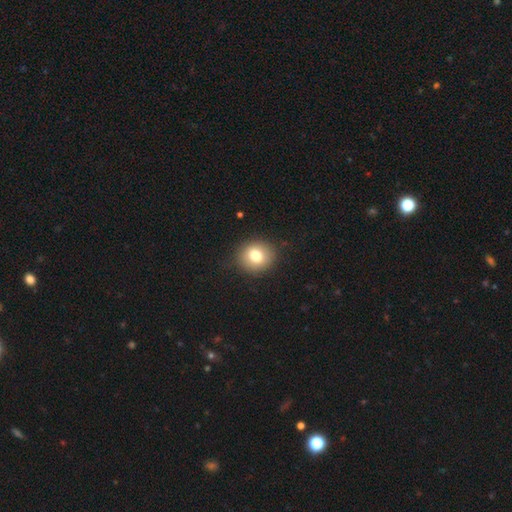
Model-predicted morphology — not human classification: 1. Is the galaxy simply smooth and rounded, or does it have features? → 78% smooth, 12% featured or disk, 10% star or artifact.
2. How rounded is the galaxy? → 76% round, 23% in between, 1% cigar-shaped.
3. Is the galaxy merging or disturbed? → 88% none, 9% minor disturbance, 3% major disturbance, 1% merger.